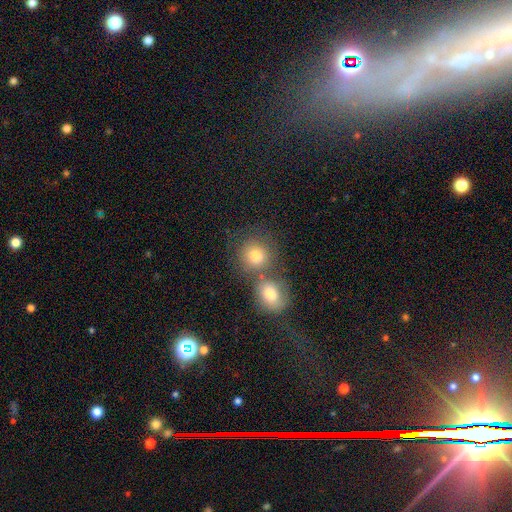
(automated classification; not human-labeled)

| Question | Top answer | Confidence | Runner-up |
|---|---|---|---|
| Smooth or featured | smooth | 80% | star or artifact (10%) |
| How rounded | round | 83% | in between (16%) |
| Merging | none | 52% | merger (35%) |